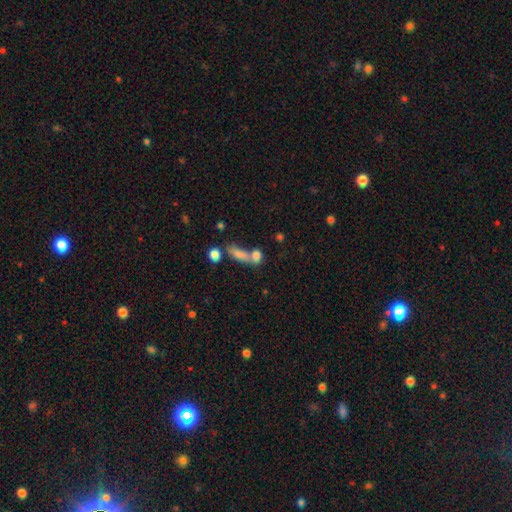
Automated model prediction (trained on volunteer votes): A smooth galaxy with no disk features (77%) that is in between round and cigar-shaped (60%). Merging: merger (51%).